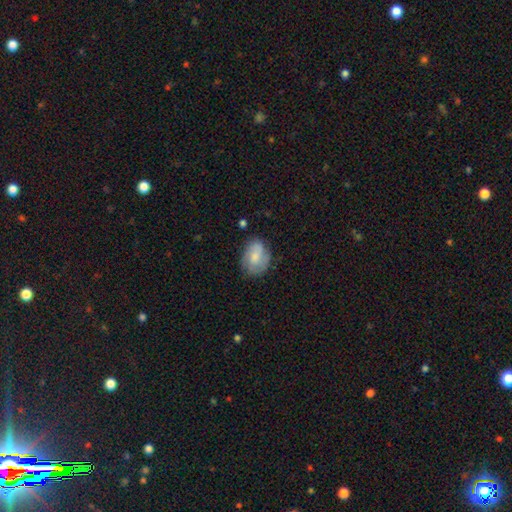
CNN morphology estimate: Q: Smooth or featured?
A: smooth (52%); runner-up: featured or disk (41%)
Q: How rounded?
A: in between (73%); runner-up: round (25%)
Q: Merging?
A: none (65%); runner-up: minor disturbance (25%)